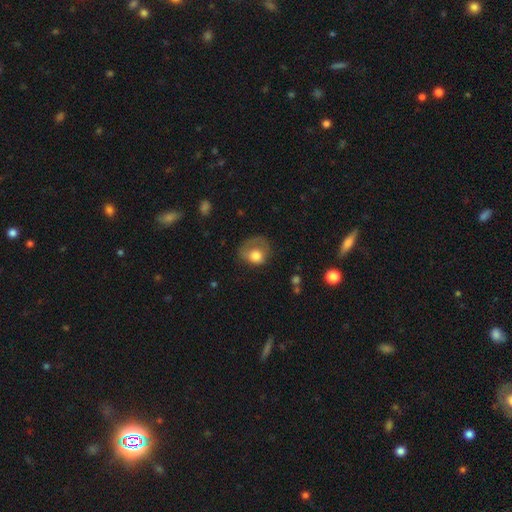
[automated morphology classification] A smooth galaxy with no disk features (68%) that is round (55%). Merging: major disturbance (41%).